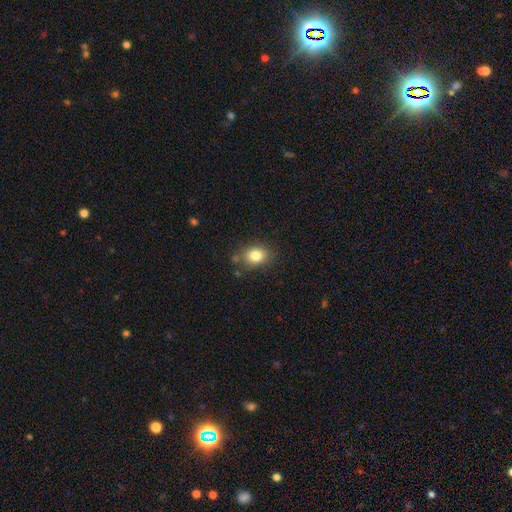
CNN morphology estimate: smooth 82%, star or artifact 10%, featured or disk 8%. Down the decision tree: how rounded — in between (56%); merging — none (79%).